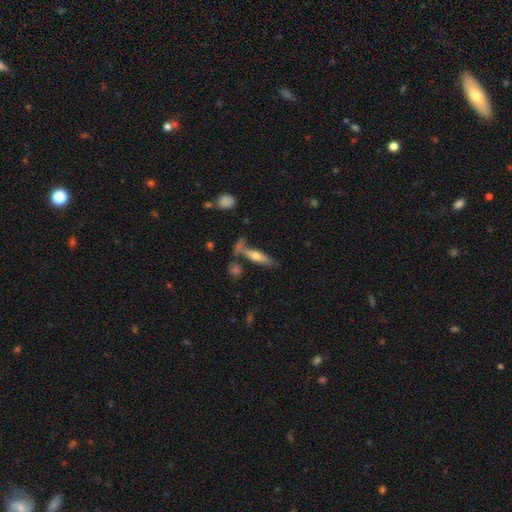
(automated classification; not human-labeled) Smooth or featured?
  - smooth: 51% *
  - featured or disk: 43%
  - star or artifact: 7%
How rounded?
  - cigar-shaped: 70% *
  - in between: 28%
  - round: 3%
Merging?
  - none: 59% *
  - minor disturbance: 17%
  - merger: 16%
  - major disturbance: 8%